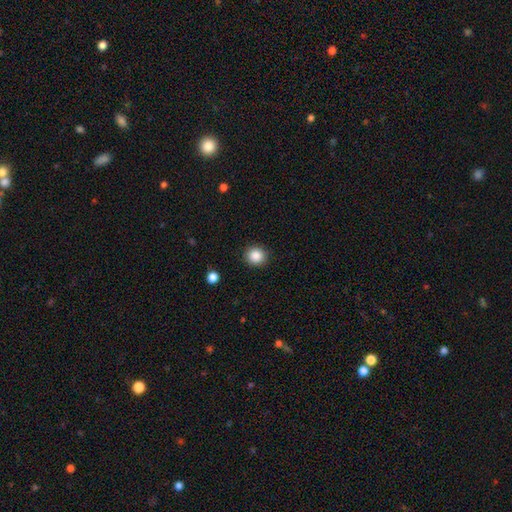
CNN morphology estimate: This is clearly a smooth galaxy (87%). How rounded: clearly round (89%). Merging: clearly none (90%).